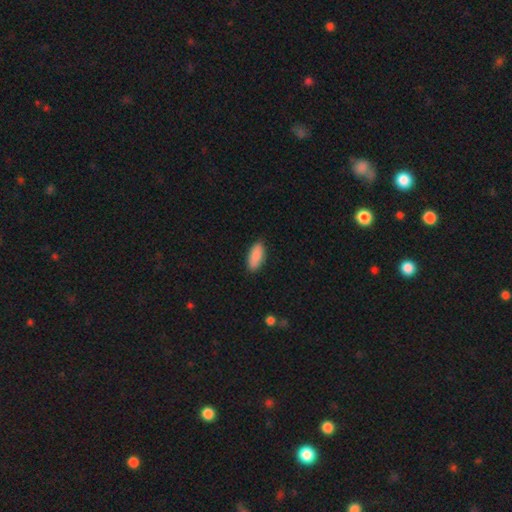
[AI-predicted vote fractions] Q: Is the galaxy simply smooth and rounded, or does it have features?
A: smooth — 90%.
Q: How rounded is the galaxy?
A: in between — 85%.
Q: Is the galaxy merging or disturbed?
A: none — 88%.